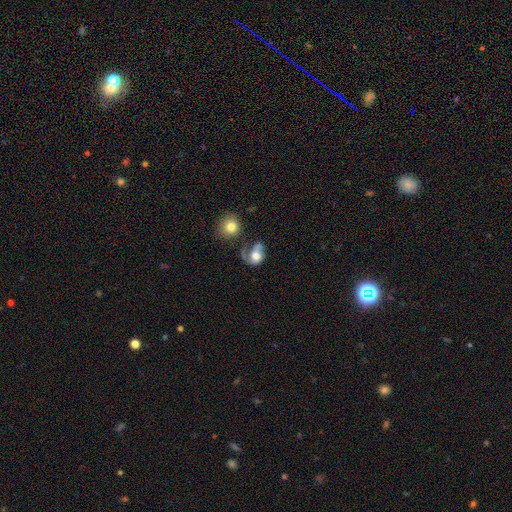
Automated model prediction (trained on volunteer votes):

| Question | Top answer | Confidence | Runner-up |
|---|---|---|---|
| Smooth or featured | smooth | 47% | featured or disk (44%) |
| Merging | major disturbance | 36% | merger (24%) |